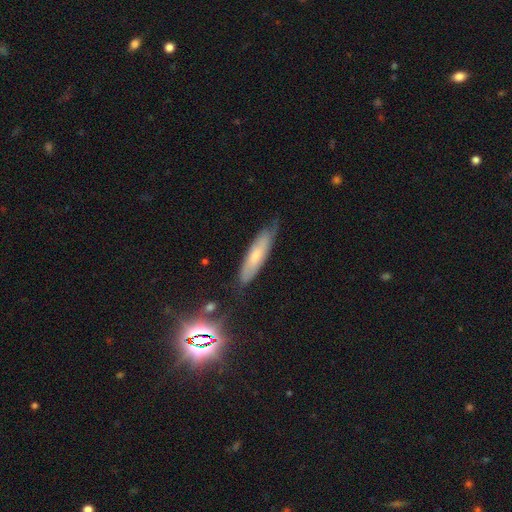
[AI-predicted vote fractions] This is possibly a smooth galaxy (55%). How rounded: likely cigar-shaped (71%). Merging: likely none (68%).